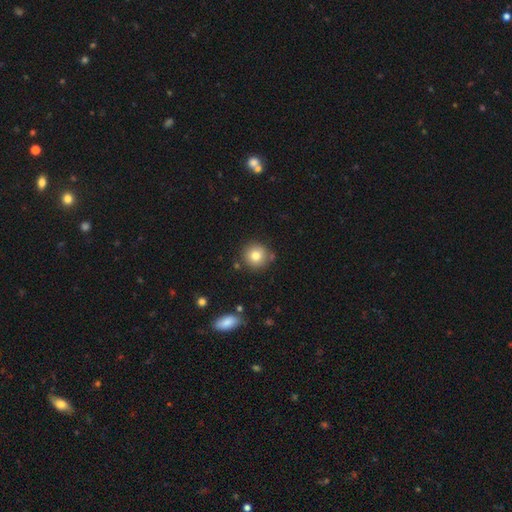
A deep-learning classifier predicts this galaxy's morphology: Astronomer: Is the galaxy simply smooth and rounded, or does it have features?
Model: smooth — 79%.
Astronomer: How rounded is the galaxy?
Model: round — 94%.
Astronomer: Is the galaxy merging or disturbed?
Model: none — 84%.